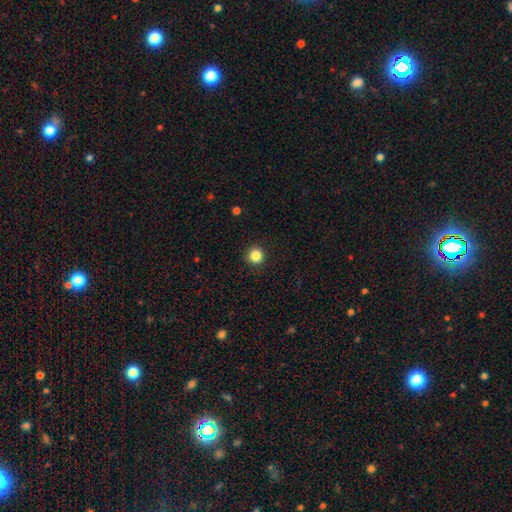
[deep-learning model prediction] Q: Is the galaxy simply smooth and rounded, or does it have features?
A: smooth — 85%.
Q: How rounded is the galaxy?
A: round — 95%.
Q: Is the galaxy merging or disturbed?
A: none — 93%.